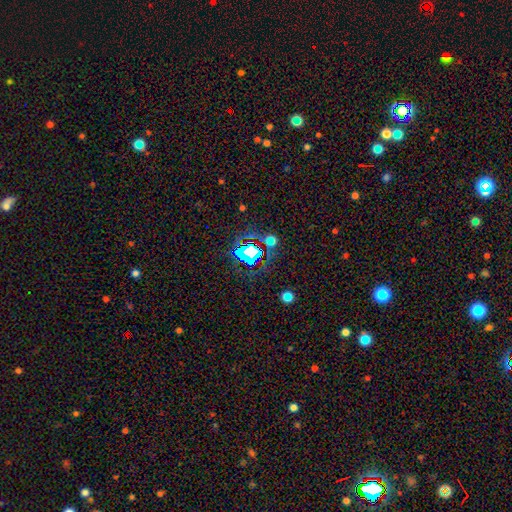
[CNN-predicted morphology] Smooth or featured: star or artifact — 67% (smooth — 22%)